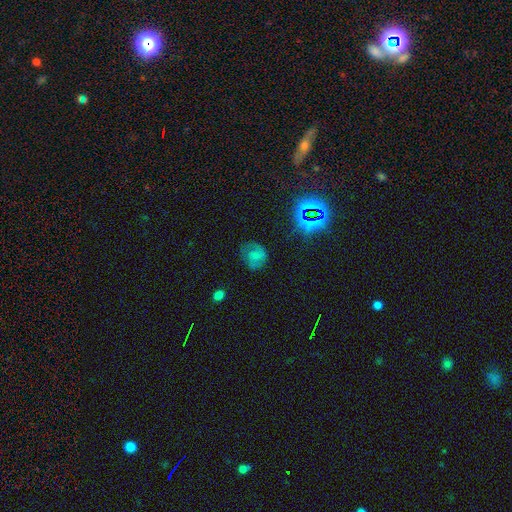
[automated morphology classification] A smooth galaxy with no disk features (42%).

Vote fractions:
- Smooth or featured? smooth: 42% / featured or disk: 40% / star or artifact: 18%
- Merging? none: 65% / minor disturbance: 21% / major disturbance: 12% / merger: 2%